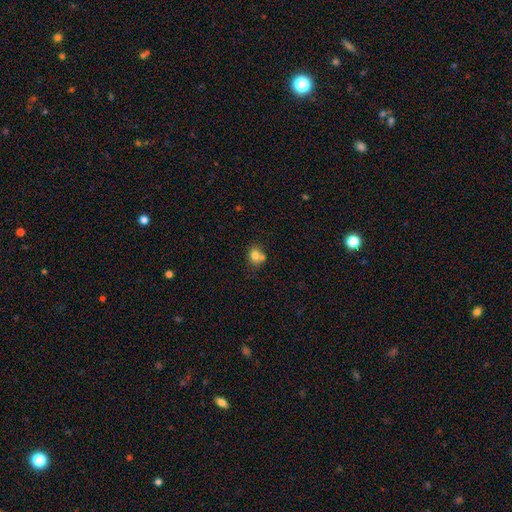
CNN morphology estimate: type=smooth (78%); roundness=round (62%); merging=none (52%).